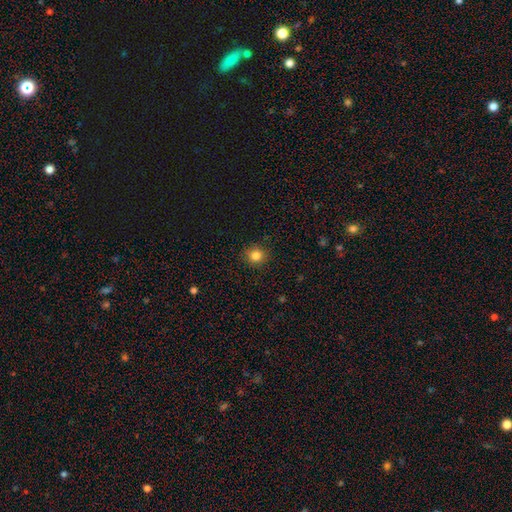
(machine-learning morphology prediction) Overall: smooth (83%). How rounded: round (88%). Merging: none (89%).